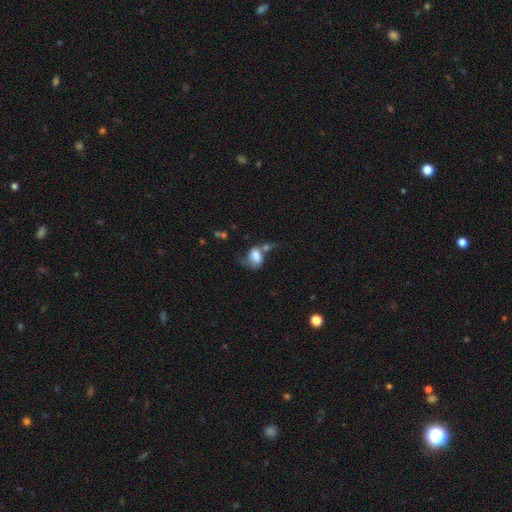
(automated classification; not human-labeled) Overall: smooth (57%; featured or disk 33%). How rounded: in between (69%). Merging: merger (33%; major disturbance 31%).